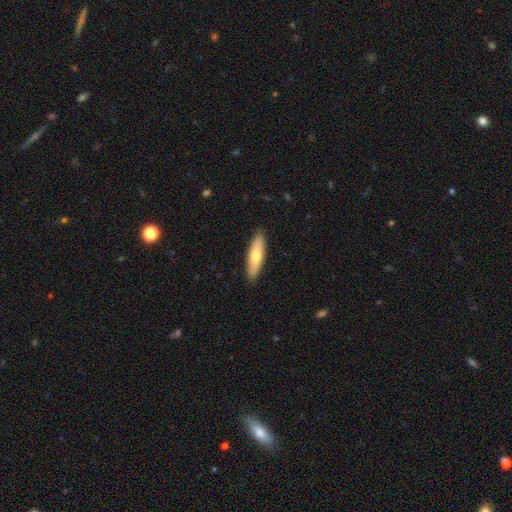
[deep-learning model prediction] Smooth or featured? smooth (67%)
How rounded? cigar-shaped (59%)
Merging? none (89%)